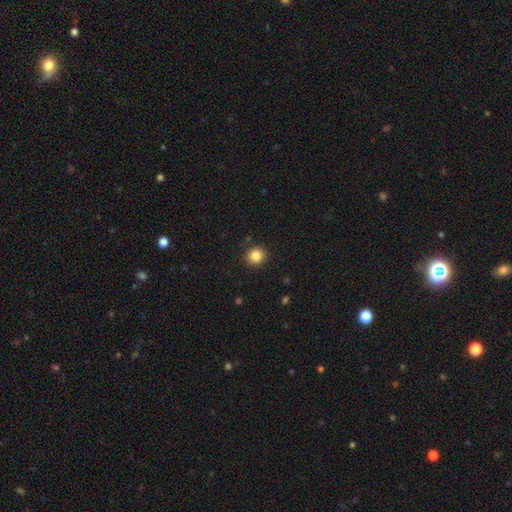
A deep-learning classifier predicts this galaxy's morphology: This appears to be a smooth galaxy with no disk features (84%) that is round (91%). Merging: none (91%).